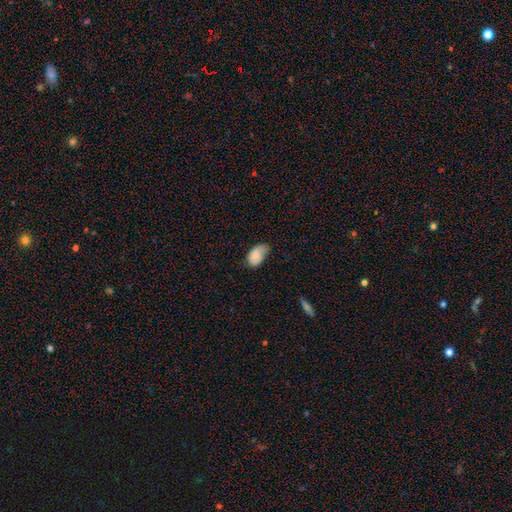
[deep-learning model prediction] Morphology: type=smooth (82%); roundness=in between (91%); merging=minor disturbance (46%).